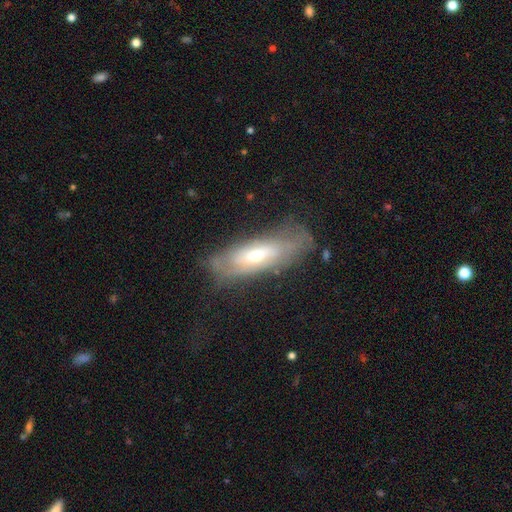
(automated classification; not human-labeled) Smooth or featured? Predicted: featured or disk (p=0.59). Edge-on disk? Predicted: no (p=0.68). Merging? Predicted: none (p=0.61).